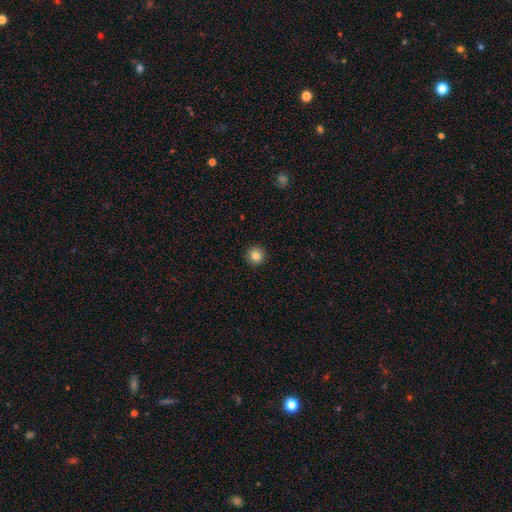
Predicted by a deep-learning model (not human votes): Smooth or featured? smooth (83%)
How rounded? round (95%)
Merging? none (93%)